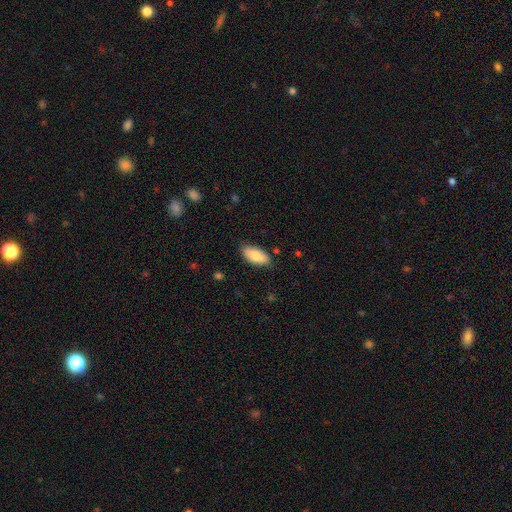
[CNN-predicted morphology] smooth_or_featured: smooth (p=0.78) [alt: featured or disk p=0.15]
how_rounded: in between (p=0.92) [alt: cigar-shaped p=0.06]
merging: none (p=0.81) [alt: minor disturbance p=0.15]